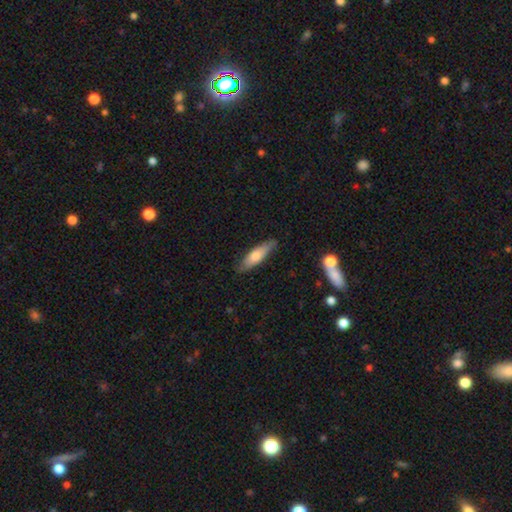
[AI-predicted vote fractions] Smooth or featured? Predicted: smooth (p=0.67). How rounded? Predicted: cigar-shaped (p=0.65). Merging? Predicted: none (p=0.78).